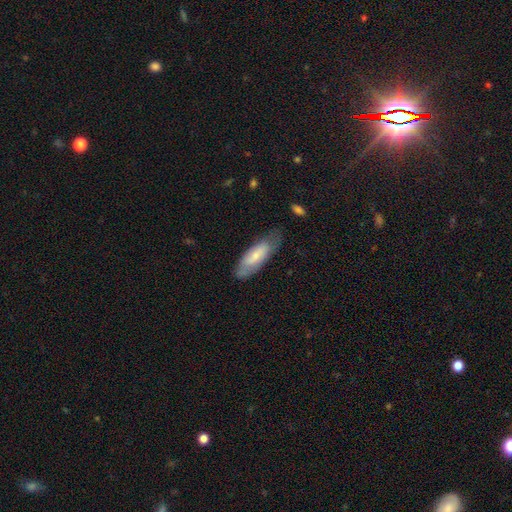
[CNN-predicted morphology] type=smooth (64%); roundness=in between (61%); merging=none (65%).